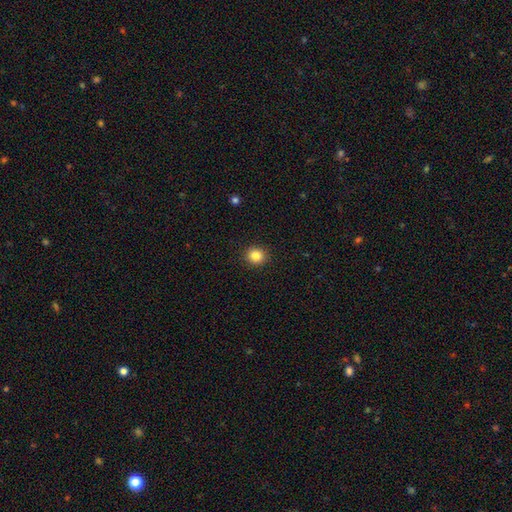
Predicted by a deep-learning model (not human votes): Q: Smooth or featured?
A: smooth (84%); runner-up: star or artifact (11%)
Q: How rounded?
A: round (87%); runner-up: in between (12%)
Q: Merging?
A: none (92%); runner-up: minor disturbance (5%)